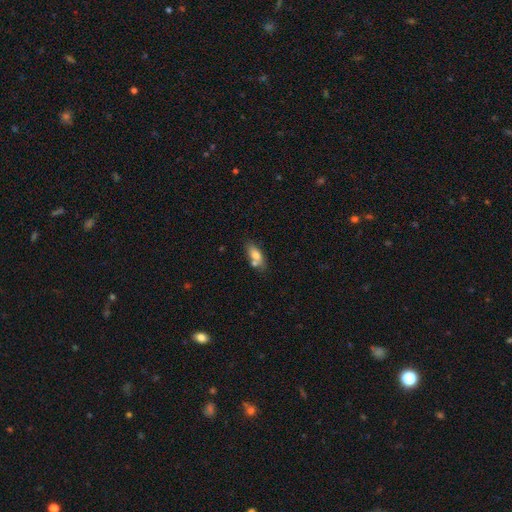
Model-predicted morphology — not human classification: Smooth or featured: smooth — 71% (featured or disk — 21%)
How rounded: in between — 80% (cigar-shaped — 16%)
Merging: none — 59% (merger — 22%)